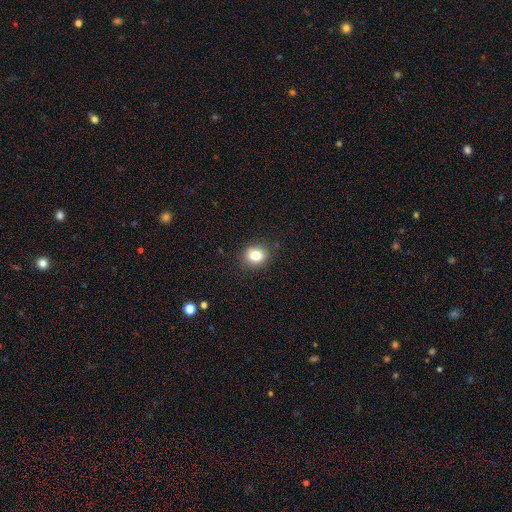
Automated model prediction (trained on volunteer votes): A smooth galaxy with no disk features (80%) that is round (66%). Merging: none (86%).